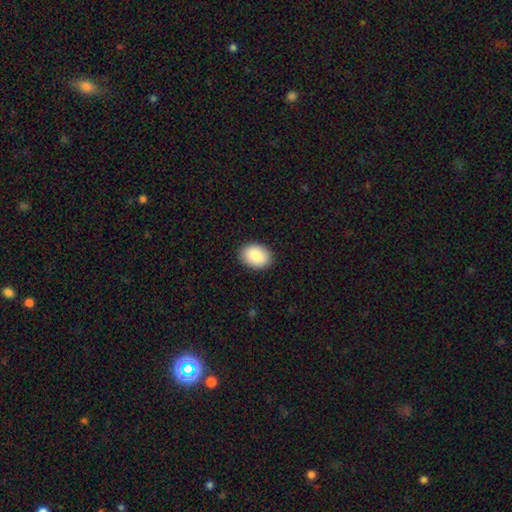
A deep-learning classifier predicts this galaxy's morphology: smooth-or-featured: smooth: 87% | star or artifact: 7% | featured or disk: 6%
  how-rounded: in between: 77% | round: 22% | cigar-shaped: 1%
  merging: none: 90% | minor disturbance: 7% | major disturbance: 2% | merger: 1%